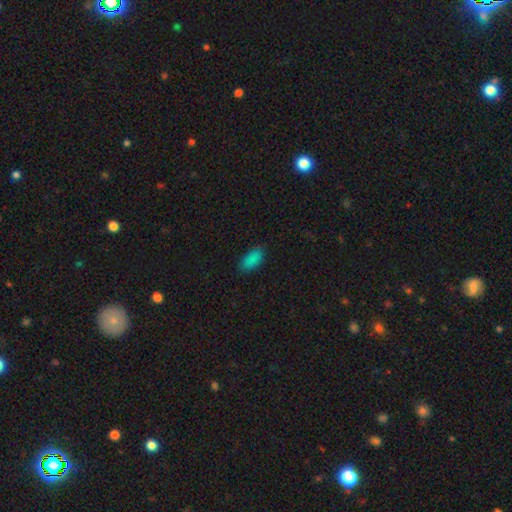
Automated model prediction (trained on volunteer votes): Smooth or featured?
  - smooth: 84% *
  - star or artifact: 12%
  - featured or disk: 4%
How rounded?
  - in between: 87% *
  - cigar-shaped: 9%
  - round: 3%
Merging?
  - none: 84% *
  - minor disturbance: 12%
  - major disturbance: 3%
  - merger: 1%